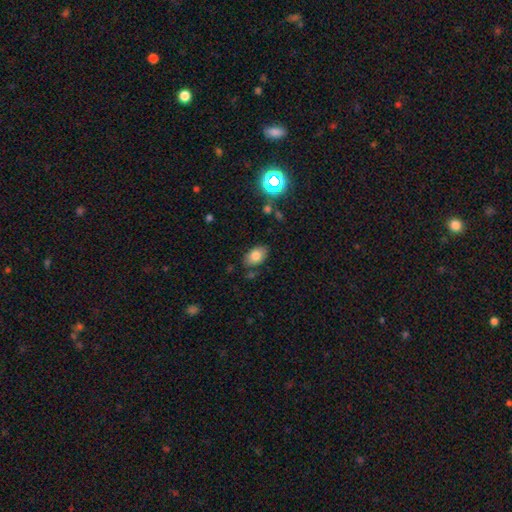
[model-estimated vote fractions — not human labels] The model was most divided on "merging": none: 80%, minor disturbance: 14%, major disturbance: 3%, merger: 3%. More confident: how rounded — in between (89%); smooth or featured — smooth (79%).